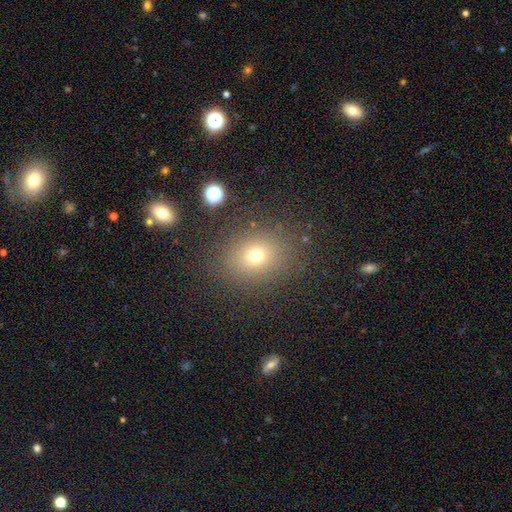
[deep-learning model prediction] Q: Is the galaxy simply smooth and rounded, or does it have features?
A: smooth — 70%.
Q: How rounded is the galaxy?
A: round — 63%.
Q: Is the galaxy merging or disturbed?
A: none — 84%.